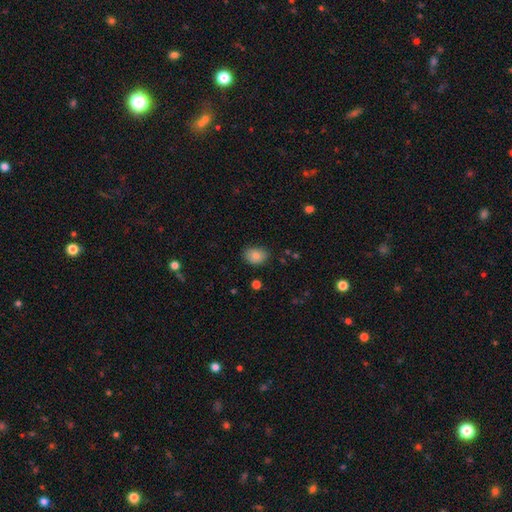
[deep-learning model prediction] Smooth or featured? smooth (78%)
How rounded? in between (60%)
Merging? none (78%)